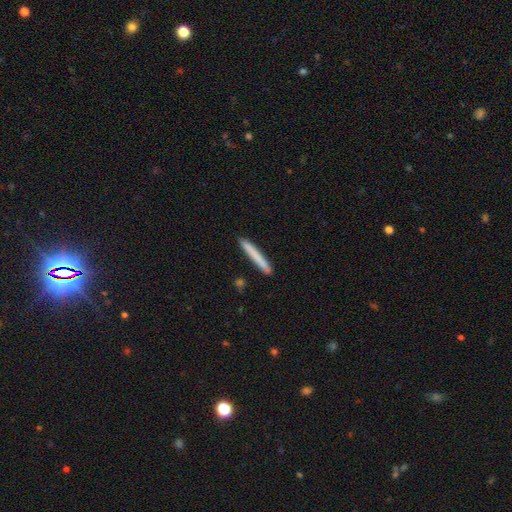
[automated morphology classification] smooth 75%, featured or disk 19%, star or artifact 6%. Down the decision tree: how rounded — cigar-shaped (97%); merging — none (91%).